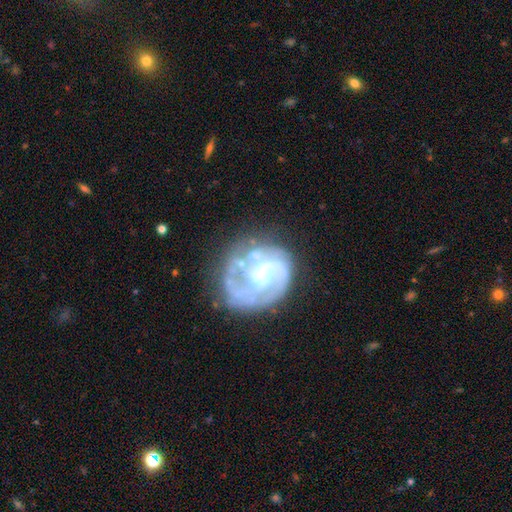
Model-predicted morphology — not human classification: A featured or disk galaxy (81%) with a weak bar (45%), 2 (40%) medium (44%) spiral arms (87%) and a moderate central bulge (48%).

Vote fractions:
- Smooth or featured? featured or disk: 81% / smooth: 11% / star or artifact: 8%
- Edge-on disk? no: 98% / yes: 2%
- Bar? weak: 45% / no: 35% / strong: 20%
- Spiral arms? yes: 87% / no: 13%
- Spiral winding? medium: 44% / tight: 32% / loose: 25%
- Spiral arm count? 2: 40% / 1: 23% / can't tell: 17% / 3: 14% / 4: 4% / more than 4: 3%
- Bulge size? moderate: 48% / small: 24% / none: 16% / large: 11% / dominant: 2%
- Merging? none: 52% / major disturbance: 23% / minor disturbance: 18% / merger: 7%